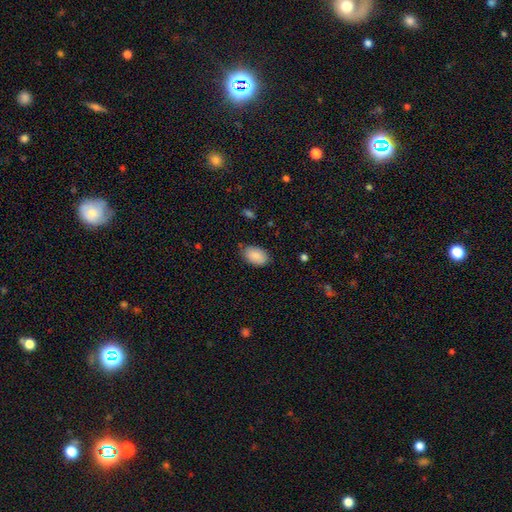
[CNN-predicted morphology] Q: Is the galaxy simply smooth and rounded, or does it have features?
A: smooth — 87%.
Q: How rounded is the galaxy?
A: in between — 92%.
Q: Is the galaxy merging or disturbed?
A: none — 77%.